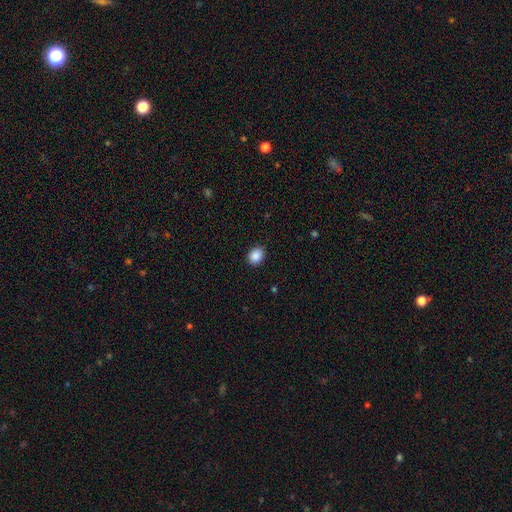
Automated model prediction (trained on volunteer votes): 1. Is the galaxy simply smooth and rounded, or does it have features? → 89% smooth, 9% star or artifact, 3% featured or disk.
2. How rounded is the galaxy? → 51% round, 48% in between, 1% cigar-shaped.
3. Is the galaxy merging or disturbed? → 89% none, 8% minor disturbance, 2% major disturbance, 1% merger.